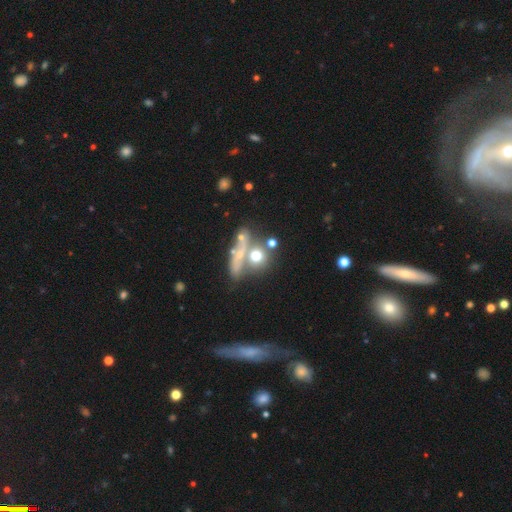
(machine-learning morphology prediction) Smooth or featured? smooth (56%)
How rounded? round (71%)
Merging? none (43%)